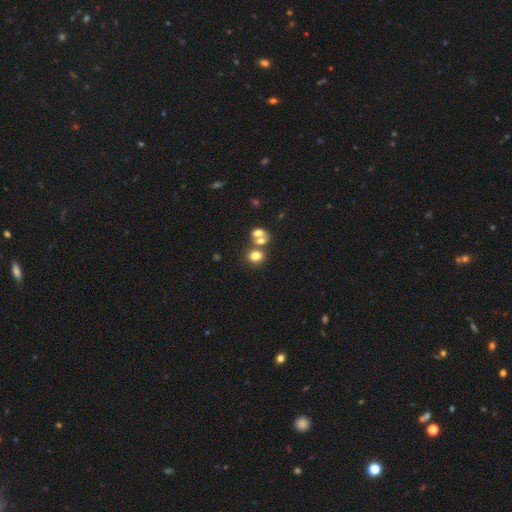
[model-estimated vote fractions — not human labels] Morphology: type=smooth (75%); roundness=round (63%); merging=none (52%).